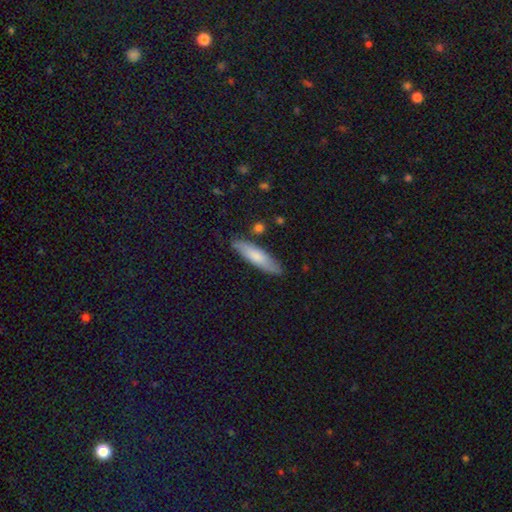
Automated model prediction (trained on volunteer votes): smooth 73%, featured or disk 21%, star or artifact 6%. Down the decision tree: how rounded — cigar-shaped (76%); merging — none (85%).